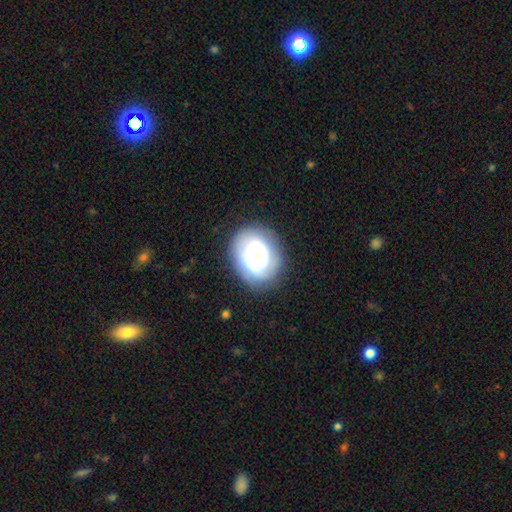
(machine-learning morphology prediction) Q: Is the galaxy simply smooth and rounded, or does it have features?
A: featured or disk — 56%.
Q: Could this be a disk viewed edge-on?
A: no — 97%.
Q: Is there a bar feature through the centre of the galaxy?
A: no — 69%.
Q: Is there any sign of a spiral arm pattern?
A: yes — 85%.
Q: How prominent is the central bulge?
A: large — 32%.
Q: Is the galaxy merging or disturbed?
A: none — 79%.